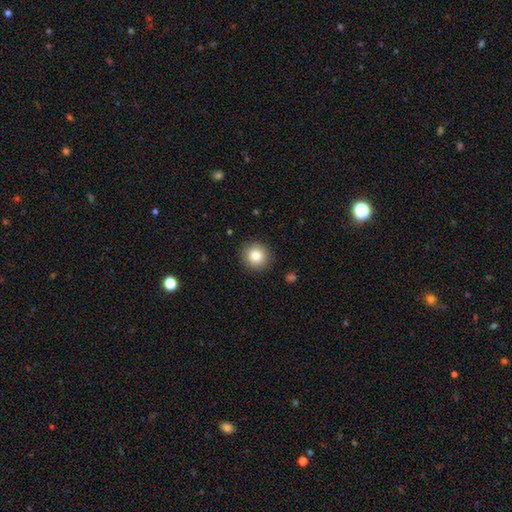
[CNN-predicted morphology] This appears to be a smooth galaxy with no disk features (83%) that is round (92%). Merging: none (90%).